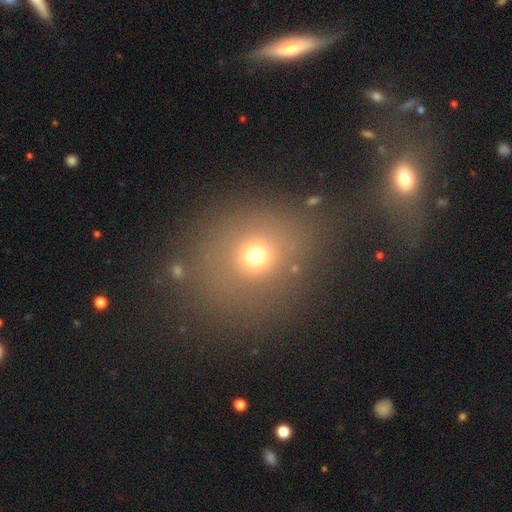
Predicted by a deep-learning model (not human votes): This appears to be a smooth galaxy with no disk features (70%) that is round (73%). Merging: none (76%).